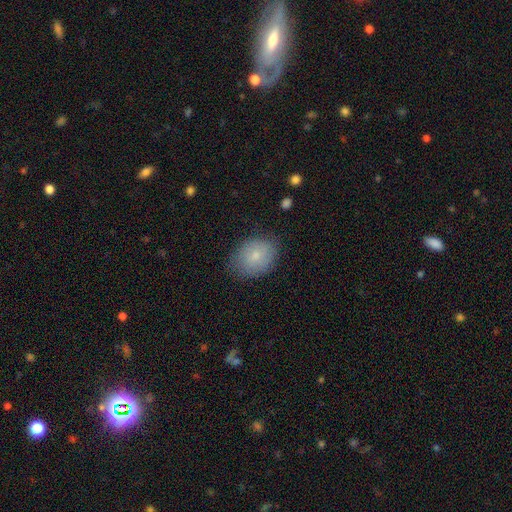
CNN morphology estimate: This appears to be a smooth galaxy with no disk features (78%) that is in between round and cigar-shaped (60%). Merging: none (77%).